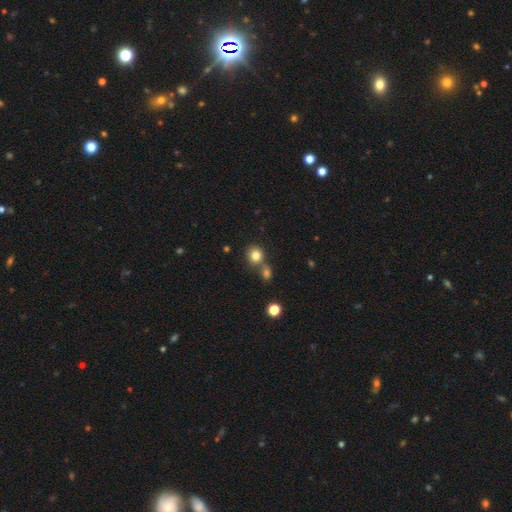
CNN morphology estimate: This is clearly a smooth galaxy (81%). How rounded: clearly round (84%). Merging: possibly none (57%).